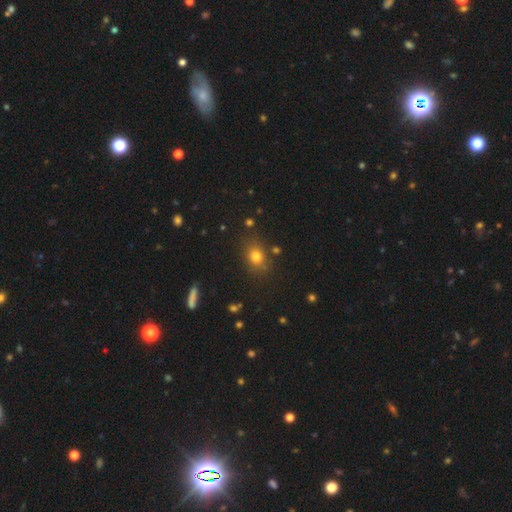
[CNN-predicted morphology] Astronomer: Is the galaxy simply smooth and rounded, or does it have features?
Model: smooth — 77%.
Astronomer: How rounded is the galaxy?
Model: in between — 49%, tied with round at 49%.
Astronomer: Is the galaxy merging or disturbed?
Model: none — 80%.